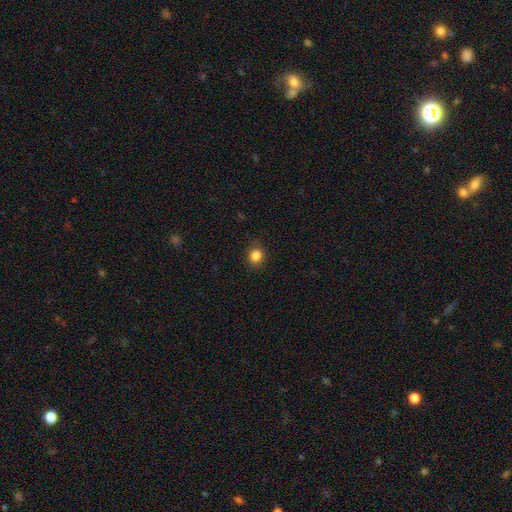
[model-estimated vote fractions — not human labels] Smooth or featured? smooth (84%)
How rounded? round (81%)
Merging? none (87%)